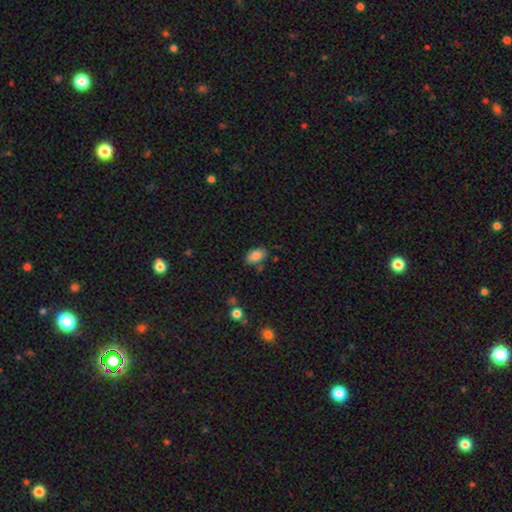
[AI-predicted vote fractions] The model was most divided on "merging": none: 75%, minor disturbance: 16%, merger: 5%, major disturbance: 3%. More confident: how rounded — in between (90%); smooth or featured — smooth (85%).